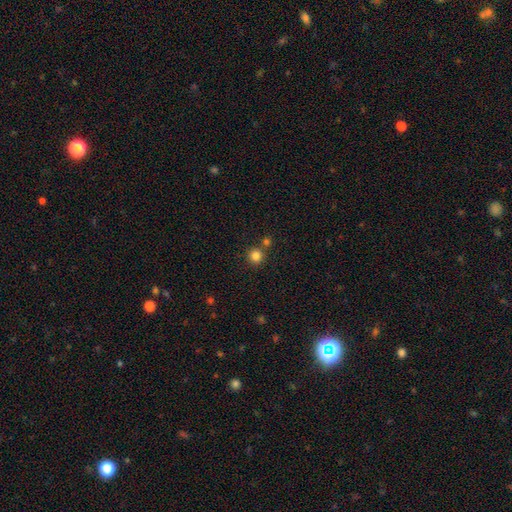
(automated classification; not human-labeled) The model was most divided on "merging": none: 75%, merger: 15%, minor disturbance: 7%, major disturbance: 2%. More confident: how rounded — round (93%); smooth or featured — smooth (83%).